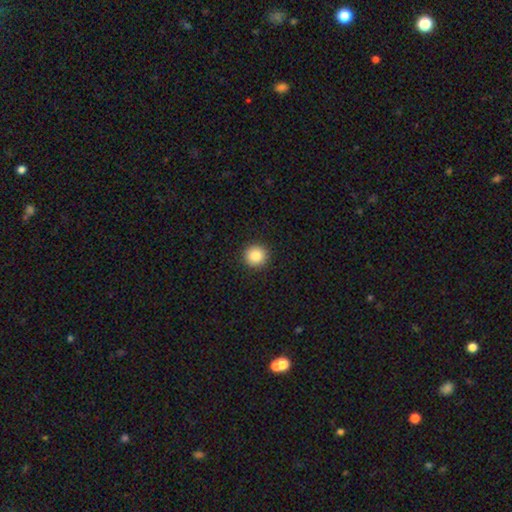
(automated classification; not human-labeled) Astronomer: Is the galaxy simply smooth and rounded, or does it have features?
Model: smooth — 85%.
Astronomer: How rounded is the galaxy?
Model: round — 95%.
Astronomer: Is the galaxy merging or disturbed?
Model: none — 93%.